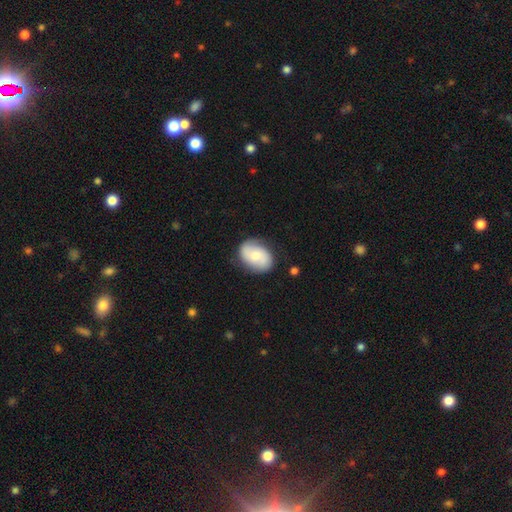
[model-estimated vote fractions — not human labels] The model was most divided on "smooth or featured": smooth: 53%, featured or disk: 41%, star or artifact: 6%. More confident: how rounded — in between (78%); merging — none (78%).